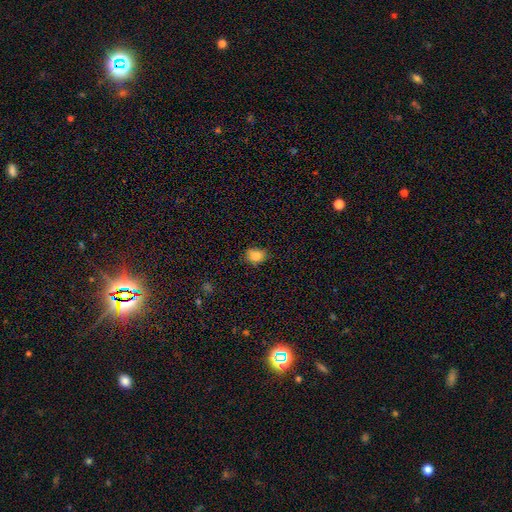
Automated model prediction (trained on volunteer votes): This is clearly a smooth galaxy (83%). How rounded: possibly in between (59%). Merging: likely none (76%).